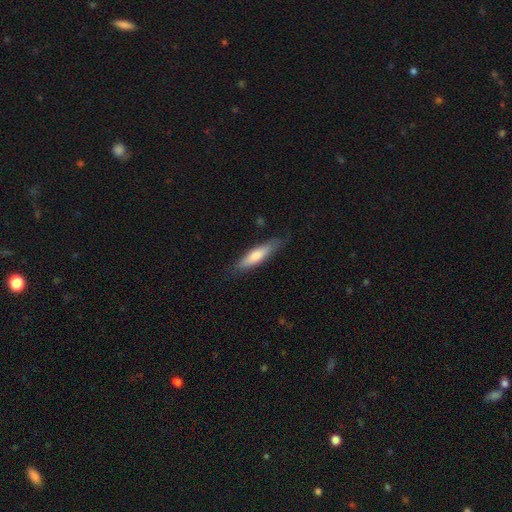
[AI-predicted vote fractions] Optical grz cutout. It shows a smooth galaxy with no disk features (64%) that is cigar-shaped (79%). Merging: none (80%).